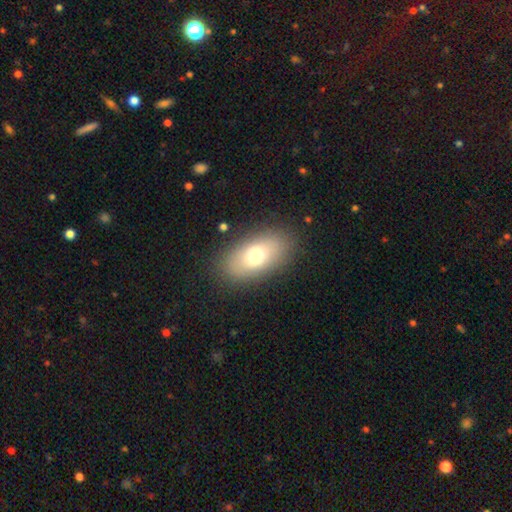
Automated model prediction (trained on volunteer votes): Morphology: type=smooth (71%); roundness=in between (90%); merging=none (86%).